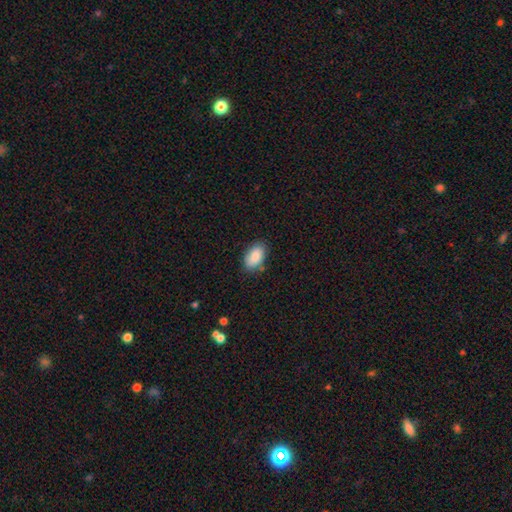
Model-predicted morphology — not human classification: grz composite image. It shows a smooth galaxy with no disk features (86%) that is in between round and cigar-shaped (93%). Merging: none (78%).